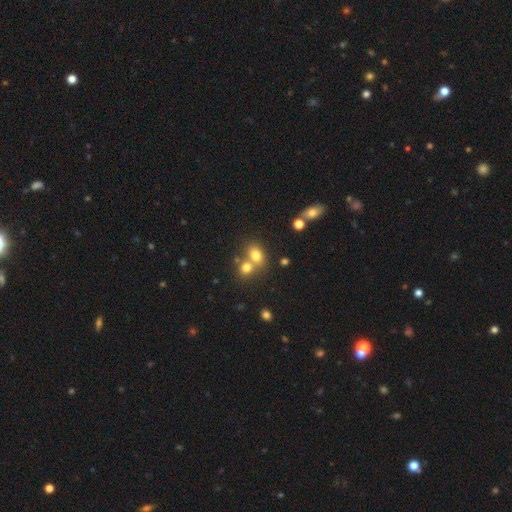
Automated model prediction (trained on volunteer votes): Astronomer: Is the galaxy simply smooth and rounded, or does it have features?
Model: smooth — 75%.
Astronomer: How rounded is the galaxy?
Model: in between — 61% (runner-up: round, 38%).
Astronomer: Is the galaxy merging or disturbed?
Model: merger — 48% (runner-up: none, 40%).